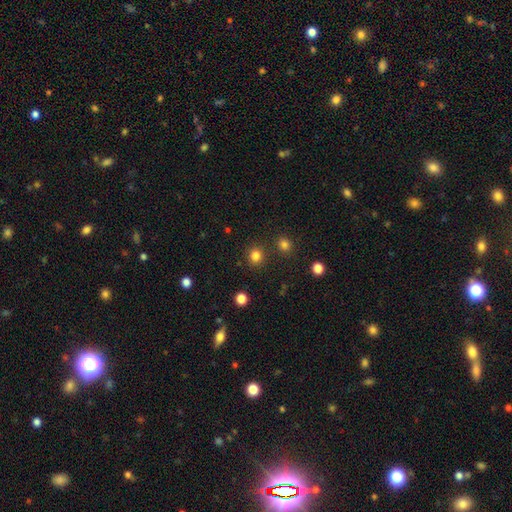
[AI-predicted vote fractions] Smooth or featured?
  - smooth: 82% *
  - star or artifact: 14%
  - featured or disk: 4%
How rounded?
  - round: 89% *
  - in between: 10%
  - cigar-shaped: 1%
Merging?
  - none: 88% *
  - minor disturbance: 6%
  - merger: 4%
  - major disturbance: 2%